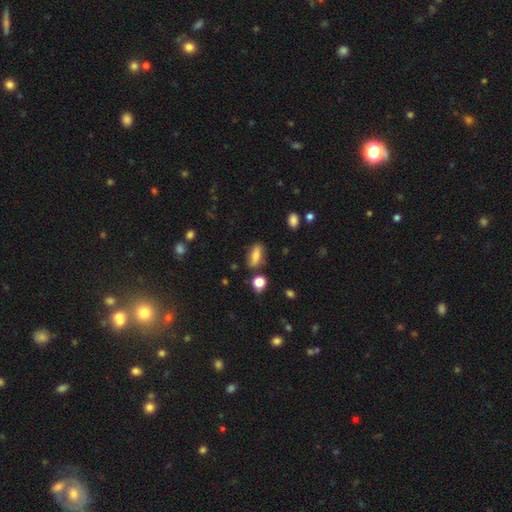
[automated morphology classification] smooth_or_featured: smooth (p=0.75) [alt: featured or disk p=0.16]
how_rounded: in between (p=0.70) [alt: cigar-shaped p=0.25]
merging: none (p=0.79) [alt: minor disturbance p=0.14]